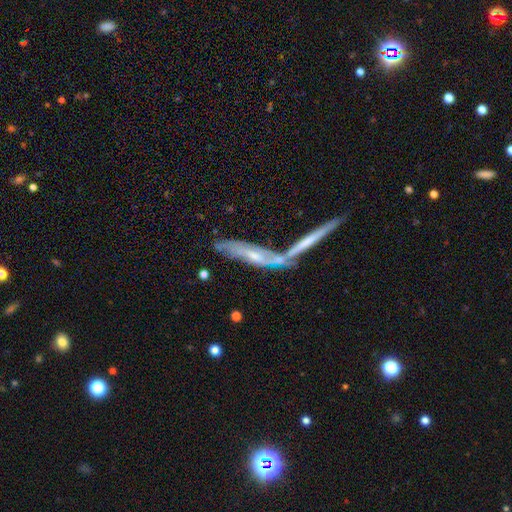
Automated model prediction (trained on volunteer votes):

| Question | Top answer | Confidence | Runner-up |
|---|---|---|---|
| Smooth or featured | featured or disk | 70% | smooth (23%) |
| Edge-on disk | yes | 65% | no (35%) |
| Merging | merger | 42% | none (39%) |